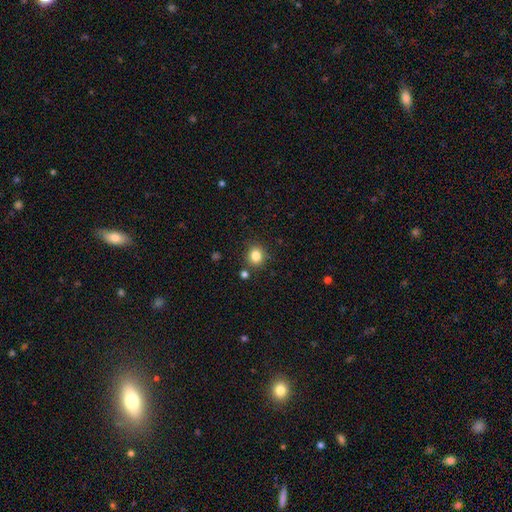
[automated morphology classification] A smooth galaxy with no disk features (83%) that is round (83%).

Vote fractions:
- Smooth or featured? smooth: 83% / star or artifact: 12% / featured or disk: 6%
- How rounded? round: 83% / in between: 16% / cigar-shaped: 1%
- Merging? none: 84% / minor disturbance: 9% / merger: 5% / major disturbance: 3%